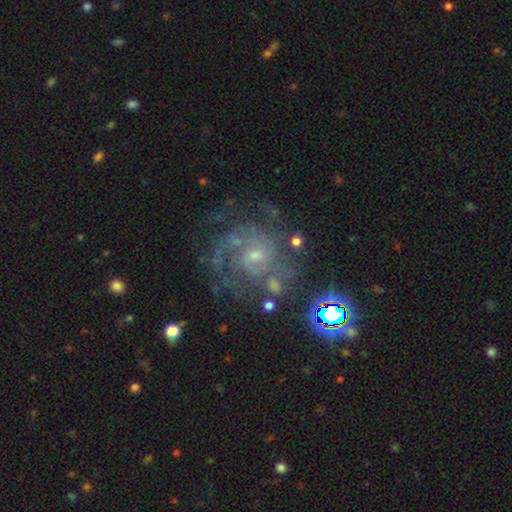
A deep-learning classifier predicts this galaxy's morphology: Smooth or featured: featured or disk — 79% (star or artifact — 12%)
Edge-on disk: no — 98% (yes — 2%)
Bar: no — 54% (weak — 40%)
Spiral arms: yes — 91% (no — 9%)
Spiral winding: tight — 49% (medium — 40%)
Spiral arm count: can't tell — 34% (2 — 27%)
Bulge size: small — 60% (moderate — 31%)
Merging: none — 61% (minor disturbance — 18%)